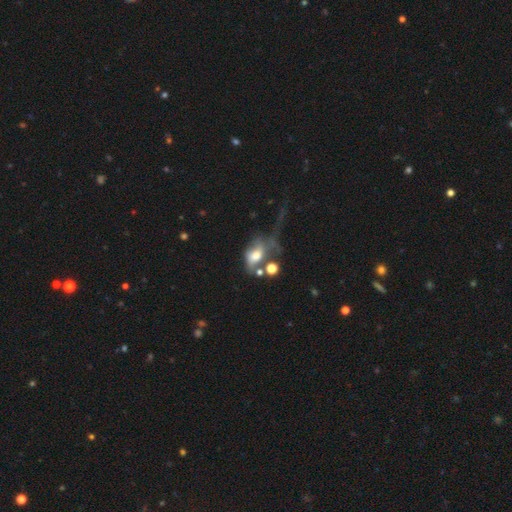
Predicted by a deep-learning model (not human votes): Smooth or featured?
  - smooth: 52% *
  - featured or disk: 35%
  - star or artifact: 13%
How rounded?
  - in between: 77% *
  - round: 20%
  - cigar-shaped: 3%
Merging?
  - major disturbance: 45% *
  - merger: 26%
  - none: 16%
  - minor disturbance: 13%